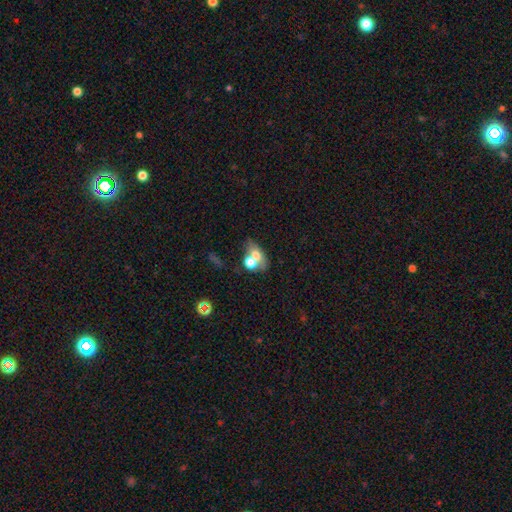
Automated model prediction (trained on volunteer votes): This appears to be a smooth galaxy with no disk features (62%) that is in between round and cigar-shaped (71%). Merging: merger (55%).